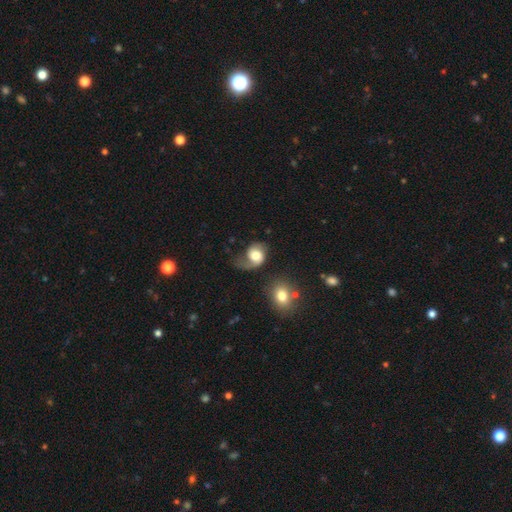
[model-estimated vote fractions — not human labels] Smooth or featured? Predicted: featured or disk (p=0.49). Merging? Predicted: major disturbance (p=0.36).